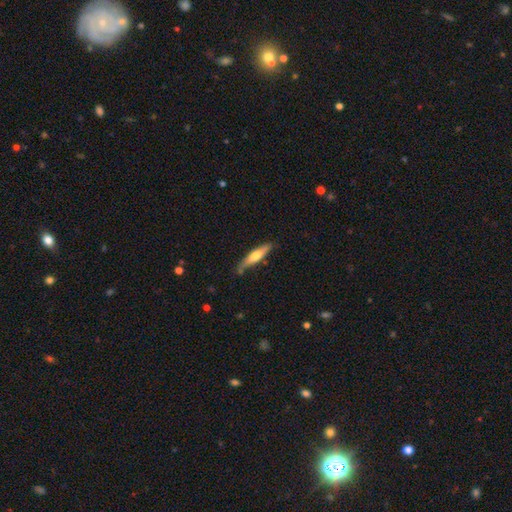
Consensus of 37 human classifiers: Overall: smooth (68%). How rounded: cigar-shaped (88%). Merging: none (71%).